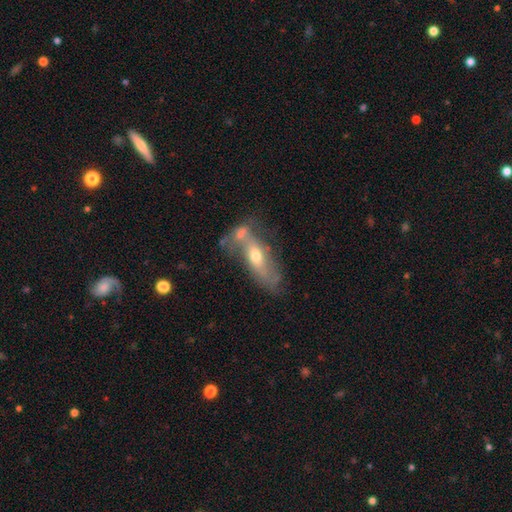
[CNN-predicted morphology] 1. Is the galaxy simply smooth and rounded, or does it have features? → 56% featured or disk, 34% smooth, 10% star or artifact.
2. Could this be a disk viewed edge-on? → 70% no, 30% yes.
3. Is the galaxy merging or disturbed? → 42% merger, 30% none, 16% minor disturbance, 11% major disturbance.